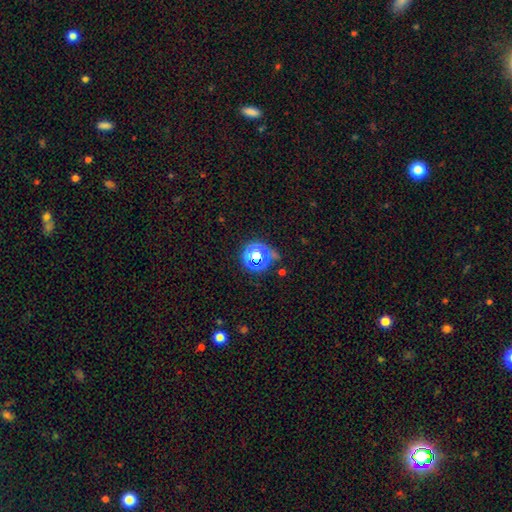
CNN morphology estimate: A smooth galaxy with no disk features (49%). Merging: none (67%).